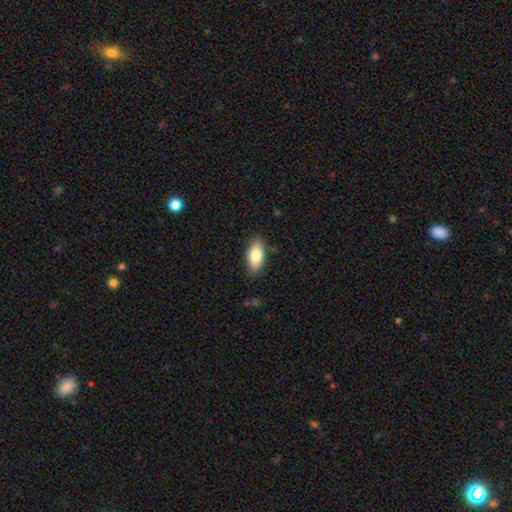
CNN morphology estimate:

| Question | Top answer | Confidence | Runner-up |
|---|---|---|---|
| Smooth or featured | smooth | 82% | featured or disk (11%) |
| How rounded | in between | 89% | cigar-shaped (8%) |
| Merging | none | 85% | minor disturbance (11%) |